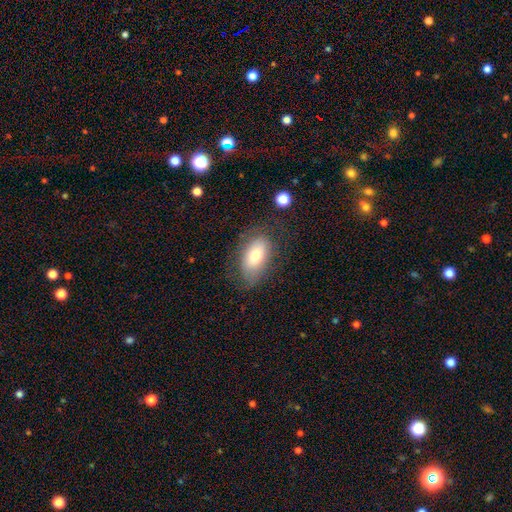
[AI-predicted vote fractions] smooth 73%, featured or disk 19%, star or artifact 8%. Down the decision tree: how rounded — in between (92%); merging — none (72%).